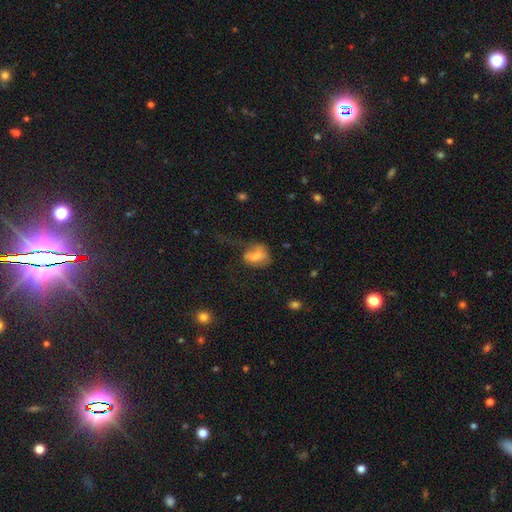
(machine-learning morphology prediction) smooth_or_featured: smooth (p=0.62) [alt: featured or disk p=0.27]
how_rounded: in between (p=0.69) [alt: round p=0.28]
merging: major disturbance (p=0.42) [alt: none p=0.28]